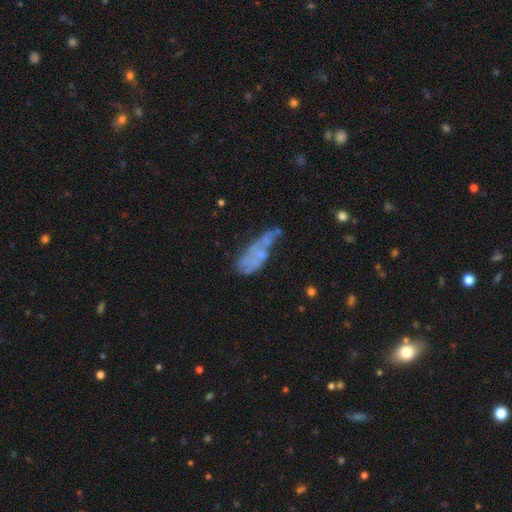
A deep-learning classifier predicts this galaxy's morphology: Smooth or featured? Predicted: featured or disk (p=0.47). Merging? Predicted: major disturbance (p=0.29).